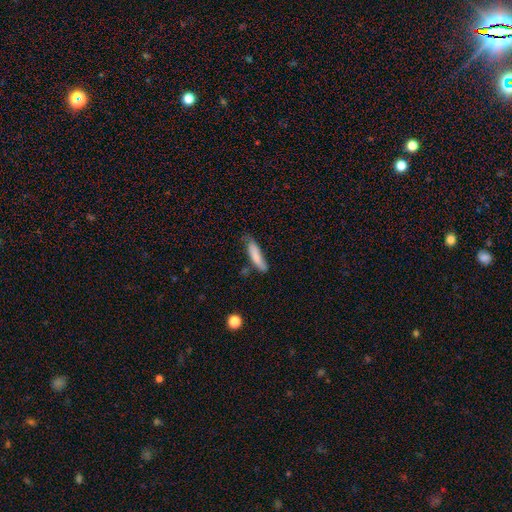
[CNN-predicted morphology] Overall: smooth (77%). How rounded: cigar-shaped (76%). Merging: none (54%; minor disturbance 32%).